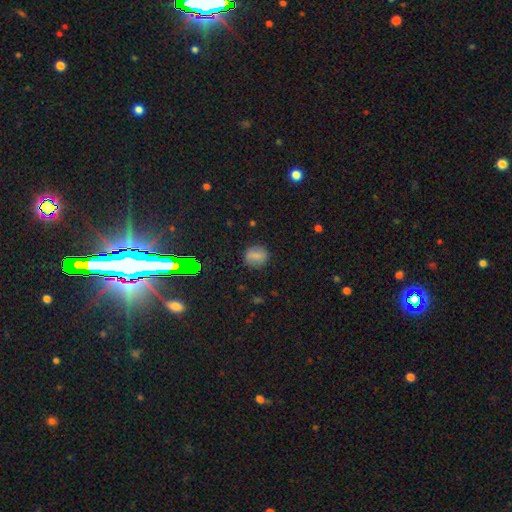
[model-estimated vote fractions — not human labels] smooth 74%, star or artifact 14%, featured or disk 12%. Down the decision tree: how rounded — round (68%); merging — none (83%).